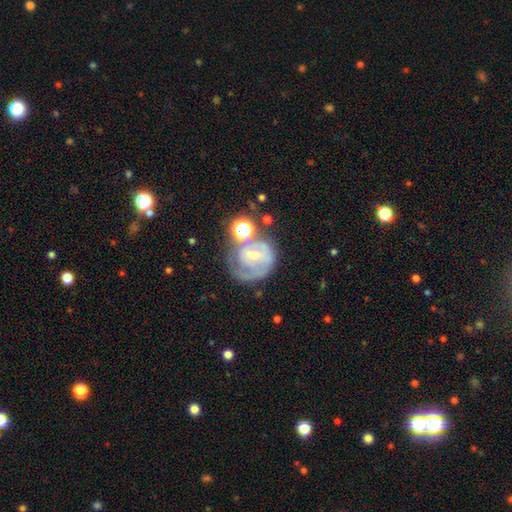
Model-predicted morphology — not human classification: This appears to be a featured or disk galaxy (65%) with a weak bar (45%), spiral arms (73%) and a small central bulge (58%). Merging: none (43%).